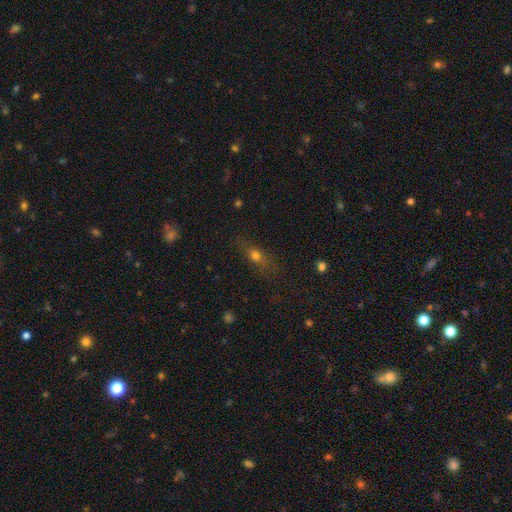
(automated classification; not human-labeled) A smooth galaxy with no disk features (63%) that is in between round and cigar-shaped (51%).

Vote fractions:
- Smooth or featured? smooth: 63% / featured or disk: 22% / star or artifact: 16%
- How rounded? in between: 51% / cigar-shaped: 33% / round: 16%
- Merging? none: 72% / minor disturbance: 18% / major disturbance: 8% / merger: 2%